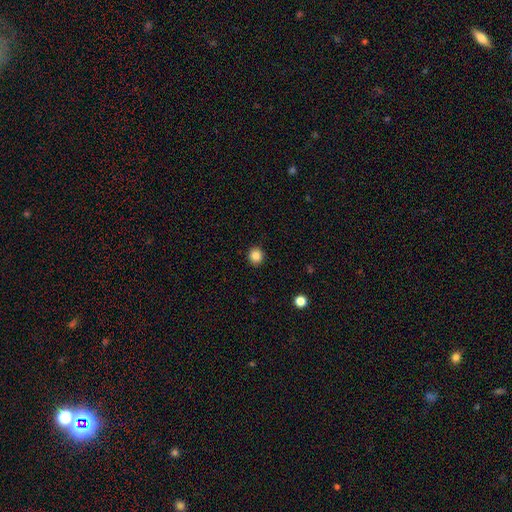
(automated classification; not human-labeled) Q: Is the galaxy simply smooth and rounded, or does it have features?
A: smooth — 85%.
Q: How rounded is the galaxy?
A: round — 89%.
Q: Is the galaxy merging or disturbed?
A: none — 91%.